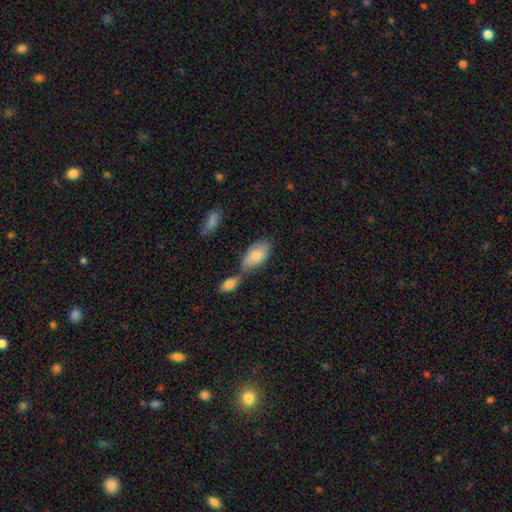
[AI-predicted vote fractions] smooth_or_featured: smooth (p=0.80) [alt: featured or disk p=0.14]
how_rounded: in between (p=0.93) [alt: cigar-shaped p=0.03]
merging: none (p=0.40) [alt: merger p=0.34]